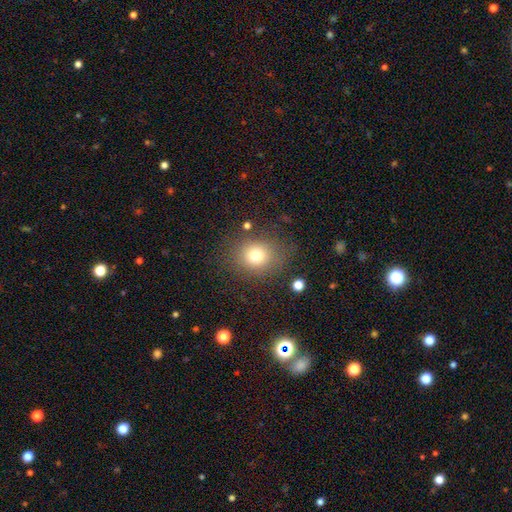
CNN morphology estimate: smooth-or-featured: smooth: 75% | star or artifact: 14% | featured or disk: 11%
  how-rounded: round: 74% | in between: 25% | cigar-shaped: 1%
  merging: none: 78% | minor disturbance: 13% | major disturbance: 7% | merger: 3%